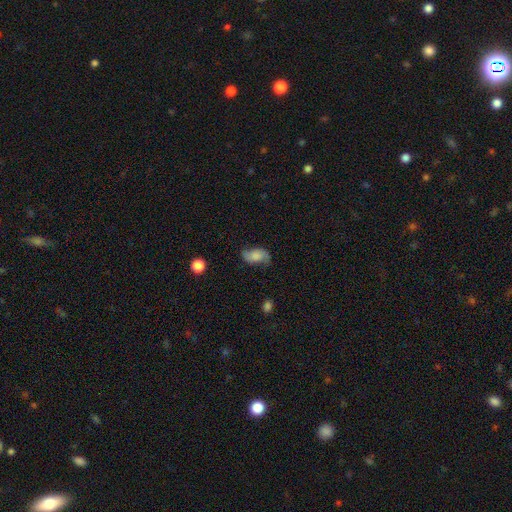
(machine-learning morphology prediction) The model was most divided on "smooth or featured": smooth: 48%, featured or disk: 43%, star or artifact: 9%. More confident: merging — none (66%).